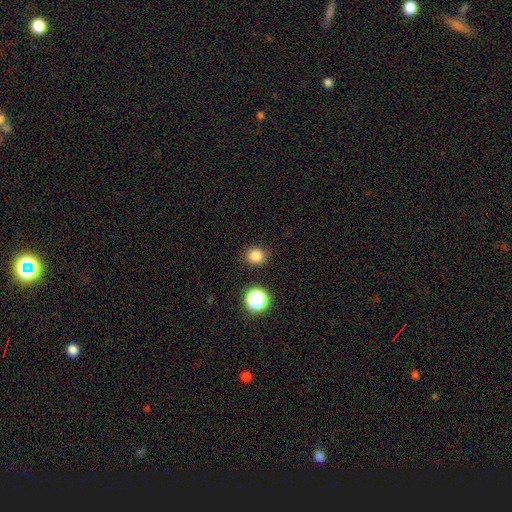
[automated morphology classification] Smooth or featured?
  - smooth: 82% *
  - star or artifact: 14%
  - featured or disk: 4%
How rounded?
  - round: 83% *
  - in between: 17%
  - cigar-shaped: 1%
Merging?
  - none: 87% *
  - minor disturbance: 8%
  - major disturbance: 3%
  - merger: 2%